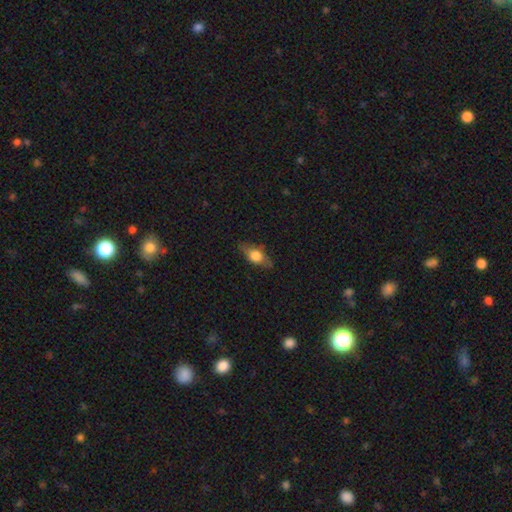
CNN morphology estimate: Q: Smooth or featured?
A: smooth (56%); runner-up: featured or disk (36%)
Q: How rounded?
A: in between (73%); runner-up: cigar-shaped (18%)
Q: Merging?
A: none (76%); runner-up: minor disturbance (18%)